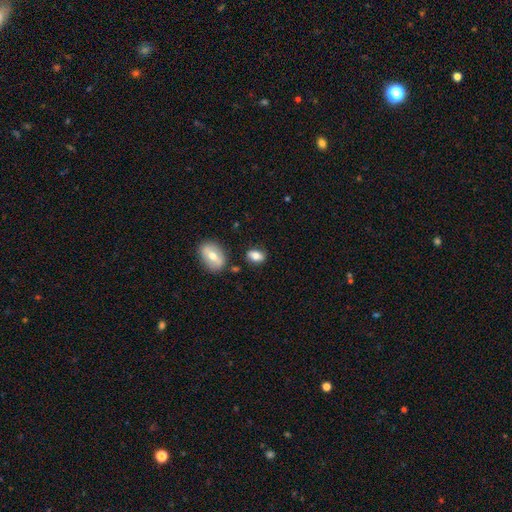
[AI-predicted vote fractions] A smooth galaxy with no disk features (73%) that is in between round and cigar-shaped (79%).

Vote fractions:
- Smooth or featured? smooth: 73% / featured or disk: 18% / star or artifact: 9%
- How rounded? in between: 79% / round: 17% / cigar-shaped: 4%
- Merging? none: 76% / minor disturbance: 14% / merger: 6% / major disturbance: 4%